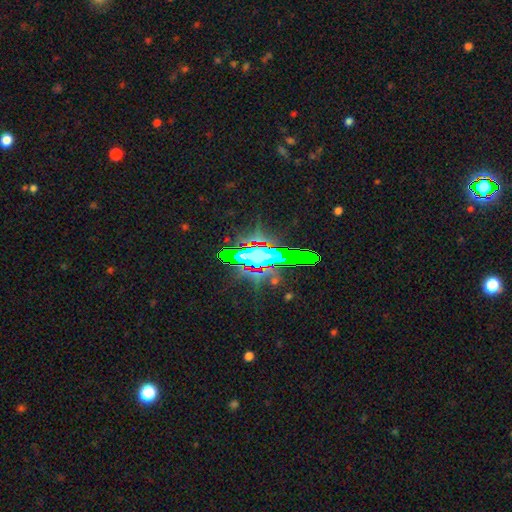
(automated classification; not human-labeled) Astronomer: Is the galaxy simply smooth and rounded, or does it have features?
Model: star or artifact — 60%.